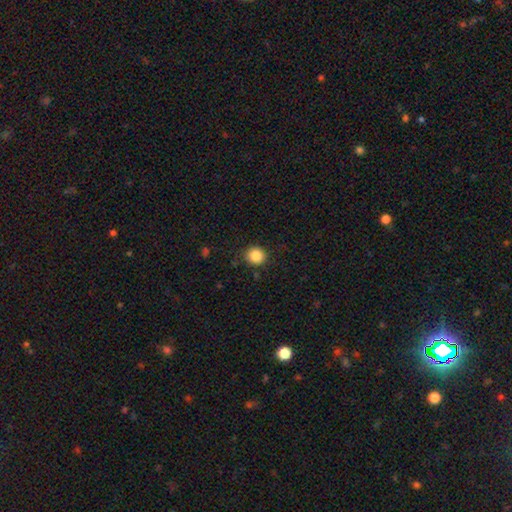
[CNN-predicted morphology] type=smooth (86%); roundness=round (88%); merging=none (85%).